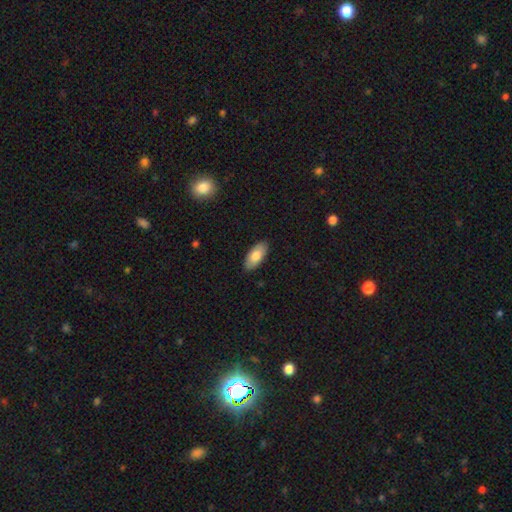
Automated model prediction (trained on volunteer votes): Smooth or featured?
  - smooth: 79% *
  - featured or disk: 15%
  - star or artifact: 6%
How rounded?
  - in between: 91% *
  - cigar-shaped: 7%
  - round: 2%
Merging?
  - none: 88% *
  - minor disturbance: 9%
  - major disturbance: 2%
  - merger: 1%